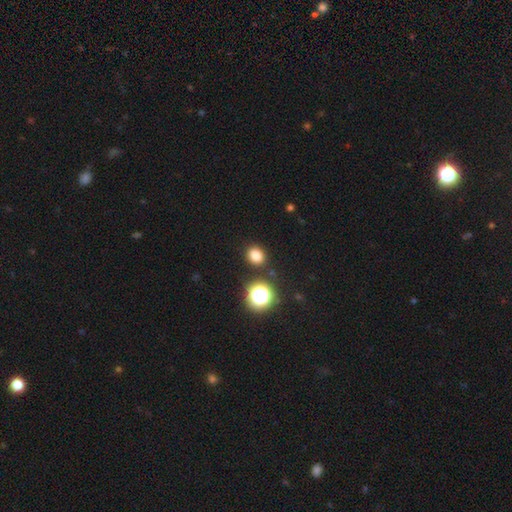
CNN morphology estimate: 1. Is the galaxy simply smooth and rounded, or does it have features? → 79% smooth, 16% star or artifact, 5% featured or disk.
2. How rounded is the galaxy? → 61% round, 38% in between, 1% cigar-shaped.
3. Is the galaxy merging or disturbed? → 87% none, 7% minor disturbance, 4% merger, 2% major disturbance.